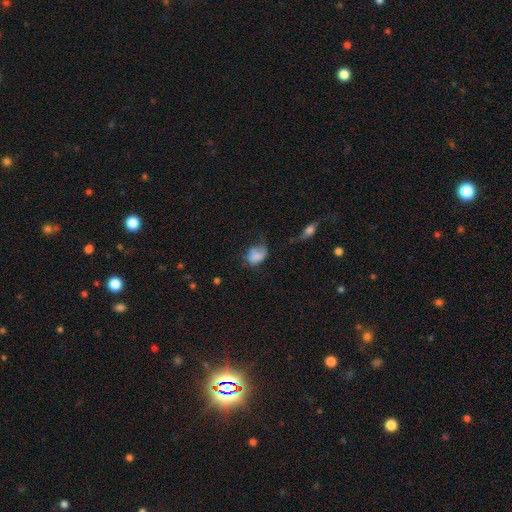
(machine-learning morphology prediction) A smooth galaxy with no disk features (75%) that is in between round and cigar-shaped (66%).

Vote fractions:
- Smooth or featured? smooth: 75% / featured or disk: 16% / star or artifact: 10%
- How rounded? in between: 66% / round: 33% / cigar-shaped: 1%
- Merging? none: 37% / minor disturbance: 36% / major disturbance: 22% / merger: 5%